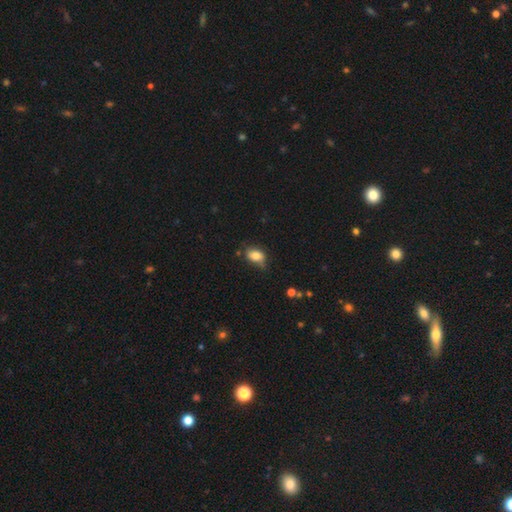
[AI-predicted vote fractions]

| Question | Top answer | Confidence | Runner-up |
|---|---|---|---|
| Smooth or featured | smooth | 80% | featured or disk (11%) |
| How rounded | in between | 81% | round (17%) |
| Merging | none | 60% | minor disturbance (30%) |